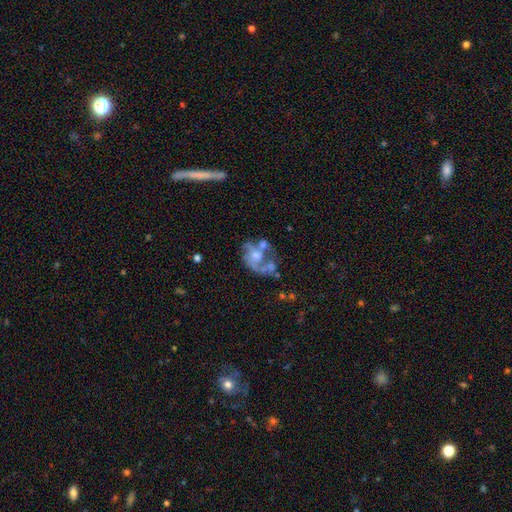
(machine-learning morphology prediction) type=featured or disk (71%); edge-on=no (98%); bar=no (75%); spiral arms=yes (57%); bulge=moderate (49%); merging=none (30%).